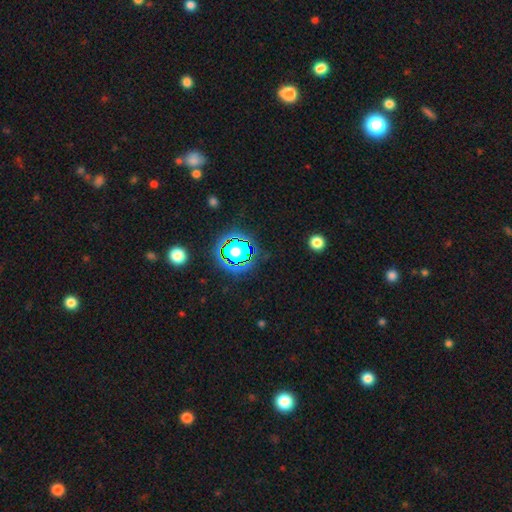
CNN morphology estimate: Smooth or featured?
  - star or artifact: 78% *
  - smooth: 14%
  - featured or disk: 8%